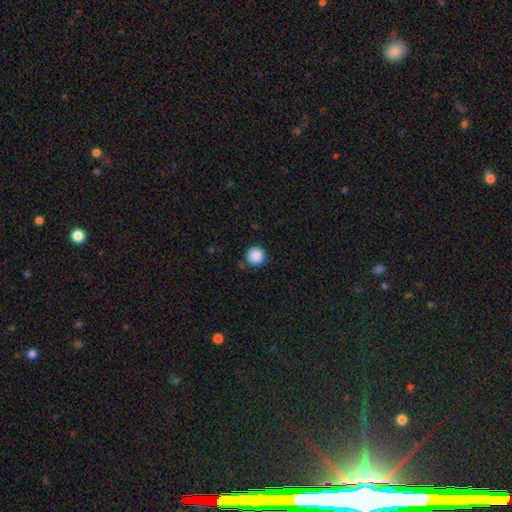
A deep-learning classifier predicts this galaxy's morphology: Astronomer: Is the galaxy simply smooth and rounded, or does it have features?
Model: smooth — 87%.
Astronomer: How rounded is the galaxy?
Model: round — 96%.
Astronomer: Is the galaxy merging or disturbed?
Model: none — 86%.